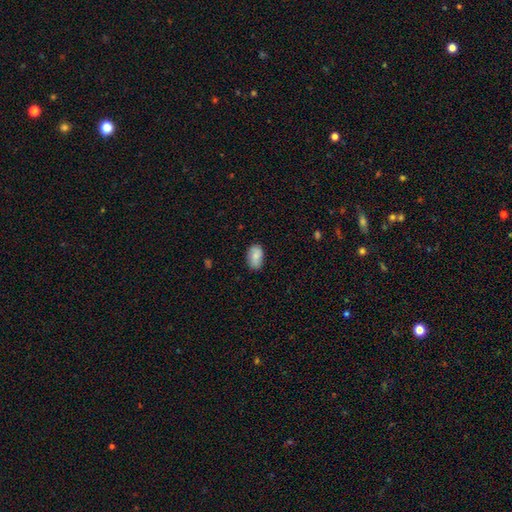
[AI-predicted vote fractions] Smooth or featured: smooth — 84% (featured or disk — 9%)
How rounded: in between — 92% (round — 7%)
Merging: none — 80% (minor disturbance — 16%)